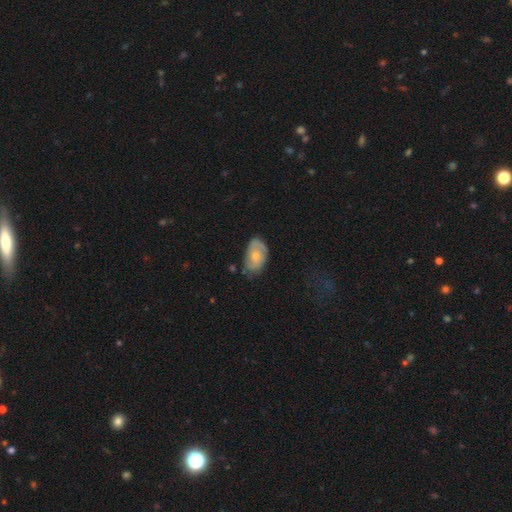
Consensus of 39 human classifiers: Smooth or featured: featured or disk — 62% (smooth — 36%)
Edge-on disk: no — 100%
Bar: no — 71% (weak — 29%)
Spiral arms: yes — 88% (no — 12%)
Spiral winding: tight — 52% (medium — 43%)
Spiral arm count: 2 — 86% (can't tell — 14%)
Bulge size: moderate — 54% (small — 33%)
Merging: minor disturbance — 47% (none — 42%)